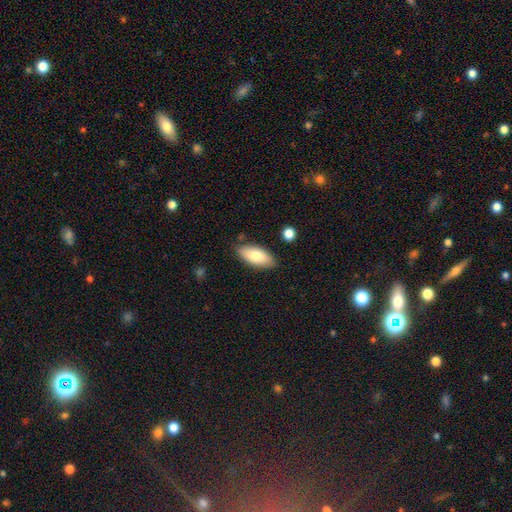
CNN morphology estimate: This is likely a smooth galaxy (78%). How rounded: clearly in between (84%). Merging: clearly none (82%).